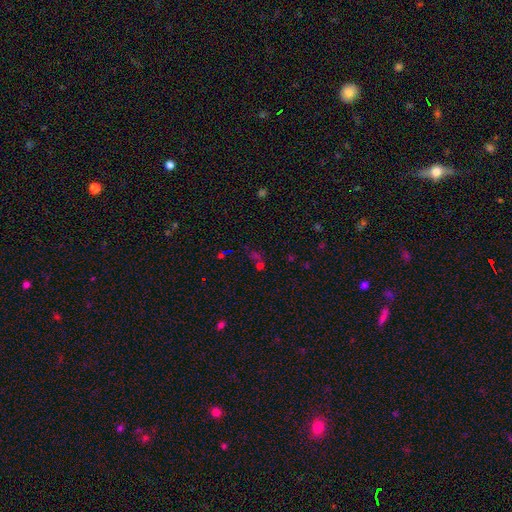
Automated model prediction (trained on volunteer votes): Smooth or featured?
  - star or artifact: 50% *
  - smooth: 39%
  - featured or disk: 11%